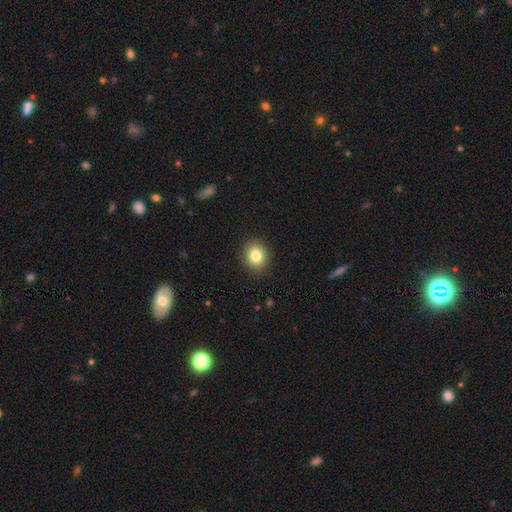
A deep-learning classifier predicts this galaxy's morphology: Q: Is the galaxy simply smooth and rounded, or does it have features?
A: smooth — 82%.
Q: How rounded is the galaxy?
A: round — 70%.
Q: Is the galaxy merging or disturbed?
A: none — 90%.